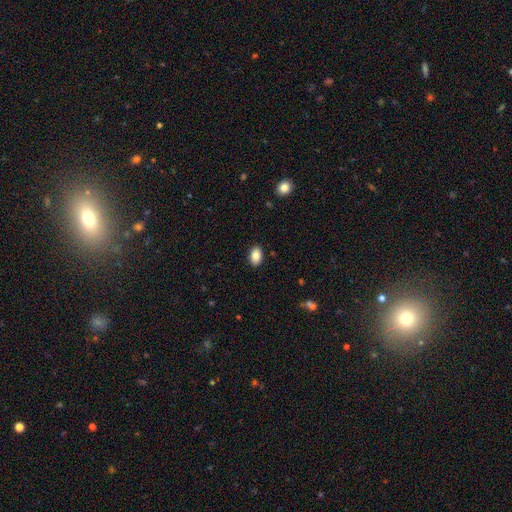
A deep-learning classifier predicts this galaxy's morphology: A smooth galaxy with no disk features (86%) that is in between round and cigar-shaped (90%).

Vote fractions:
- Smooth or featured? smooth: 86% / star or artifact: 8% / featured or disk: 6%
- How rounded? in between: 90% / round: 9% / cigar-shaped: 1%
- Merging? none: 89% / minor disturbance: 8% / major disturbance: 2% / merger: 1%